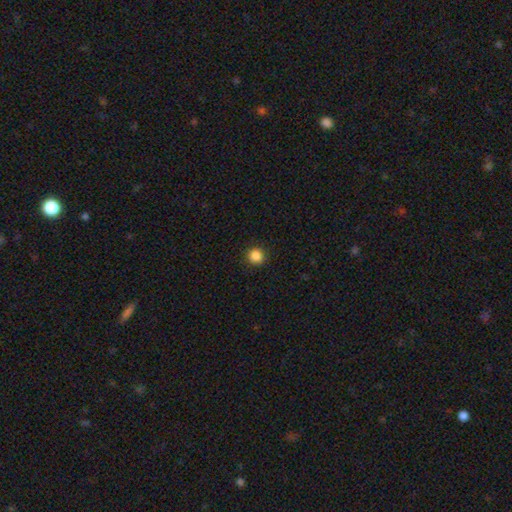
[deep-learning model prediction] Q: Smooth or featured?
A: smooth (86%); runner-up: star or artifact (11%)
Q: How rounded?
A: round (94%); runner-up: in between (5%)
Q: Merging?
A: none (92%); runner-up: minor disturbance (5%)